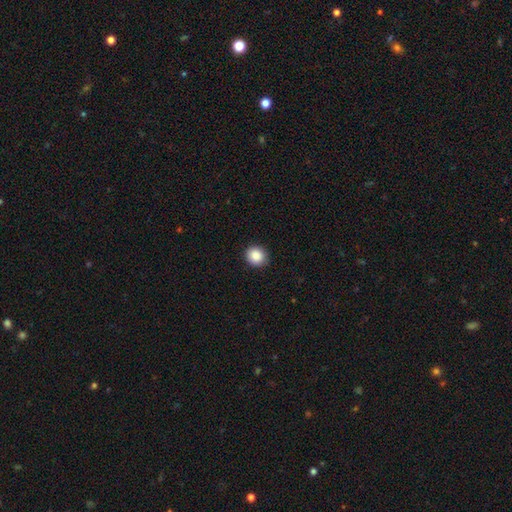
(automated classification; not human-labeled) A smooth galaxy with no disk features (88%) that is round (82%). Merging: none (90%).